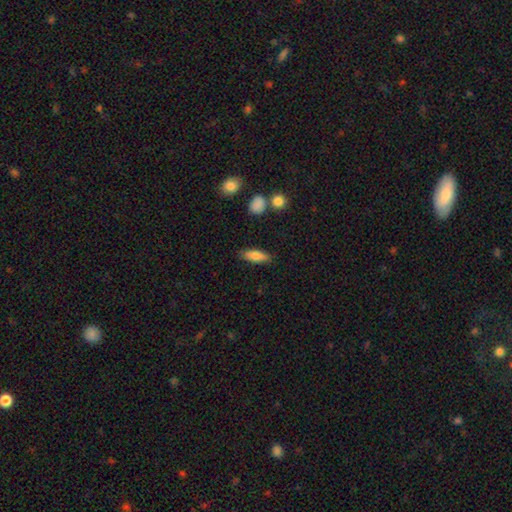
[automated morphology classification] type=smooth (81%); roundness=in between (63%); merging=none (83%).